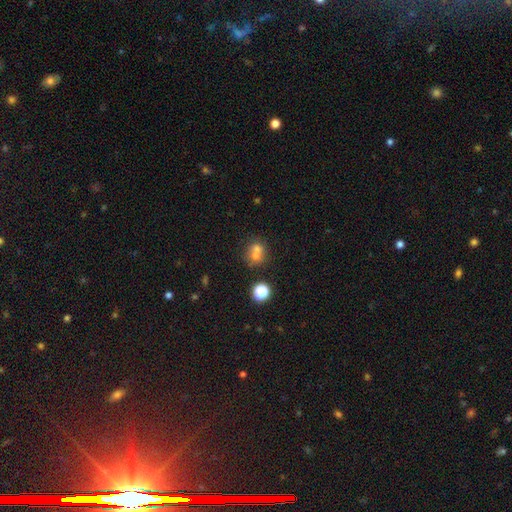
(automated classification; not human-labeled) smooth-or-featured: smooth: 65% | star or artifact: 18% | featured or disk: 17%
  how-rounded: round: 72% | in between: 27% | cigar-shaped: 1%
  merging: merger: 51% | none: 37% | minor disturbance: 7% | major disturbance: 4%